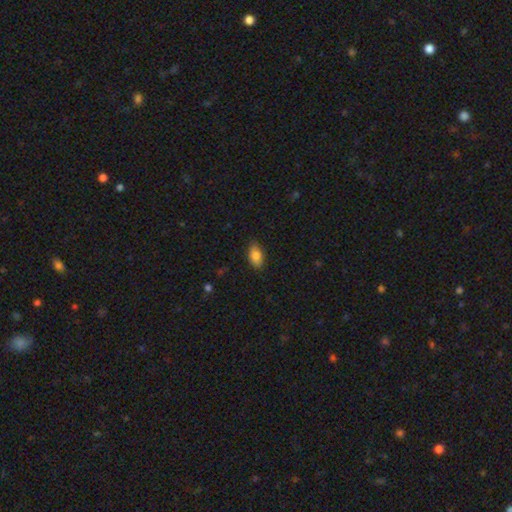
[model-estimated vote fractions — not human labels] Morphology: type=smooth (83%); roundness=in between (90%); merging=none (81%).